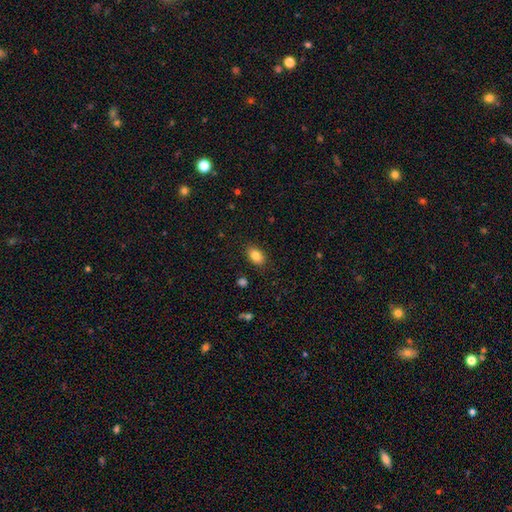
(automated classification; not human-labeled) smooth_or_featured: smooth (p=0.83) [alt: star or artifact p=0.09]
how_rounded: in between (p=0.84) [alt: round p=0.14]
merging: none (p=0.87) [alt: minor disturbance p=0.10]